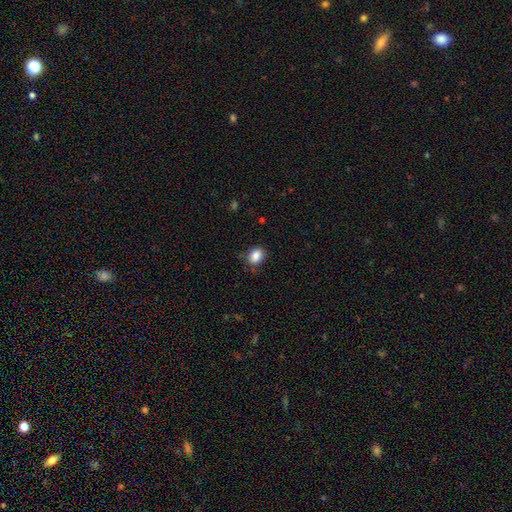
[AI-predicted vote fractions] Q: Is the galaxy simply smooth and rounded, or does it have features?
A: smooth — 87%.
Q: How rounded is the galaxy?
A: in between — 61%.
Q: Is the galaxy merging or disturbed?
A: none — 77%.